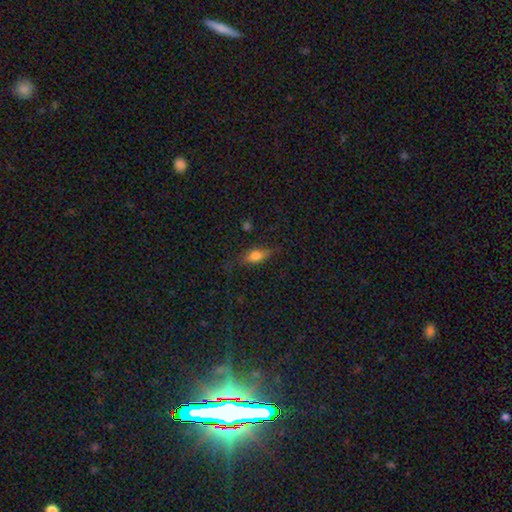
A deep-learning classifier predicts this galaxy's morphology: The model was most divided on "how rounded": in between: 74%, cigar-shaped: 21%, round: 5%. More confident: merging — none (73%); smooth or featured — smooth (72%).